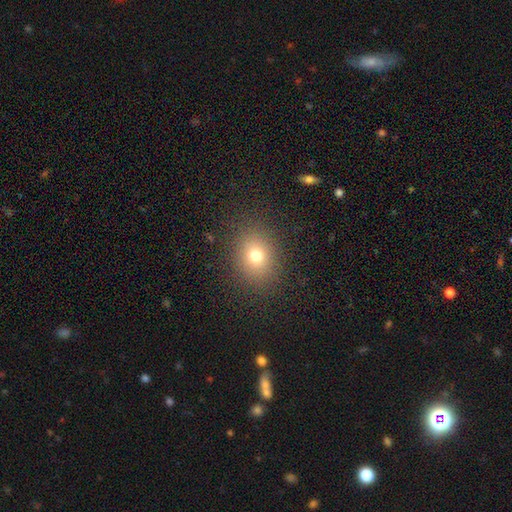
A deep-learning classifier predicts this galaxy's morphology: The model was most divided on "how rounded": round: 60%, in between: 39%, cigar-shaped: 1%. More confident: merging — none (86%); smooth or featured — smooth (73%).